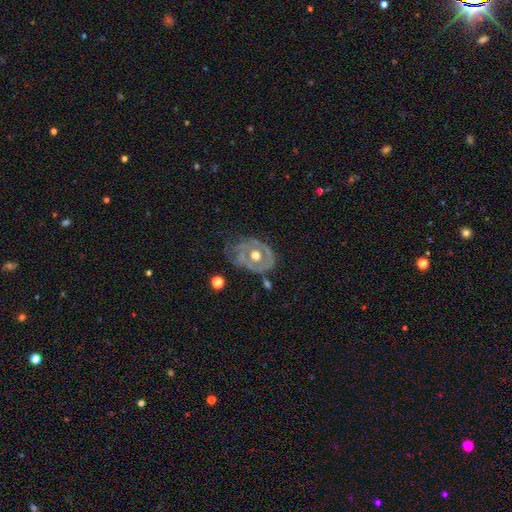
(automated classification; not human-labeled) Smooth or featured? Predicted: featured or disk (p=0.70). Edge-on disk? Predicted: no (p=0.95). Bar? Predicted: no (p=0.83). Spiral arms? Predicted: no (p=0.58). Bulge size? Predicted: moderate (p=0.68). Merging? Predicted: none (p=0.44).